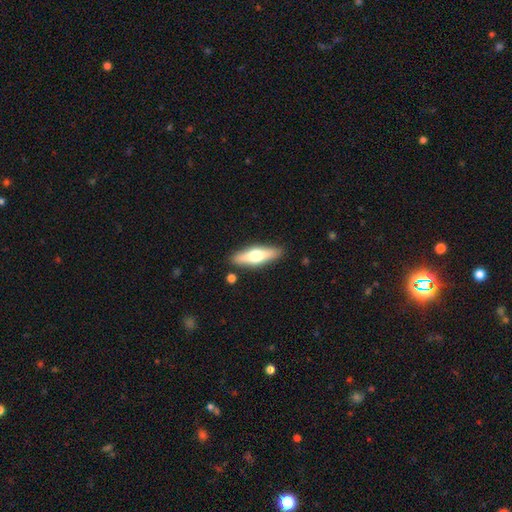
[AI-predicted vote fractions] smooth_or_featured: smooth (p=0.51) [alt: featured or disk p=0.44]
how_rounded: cigar-shaped (p=0.56) [alt: in between p=0.41]
merging: none (p=0.87) [alt: minor disturbance p=0.08]